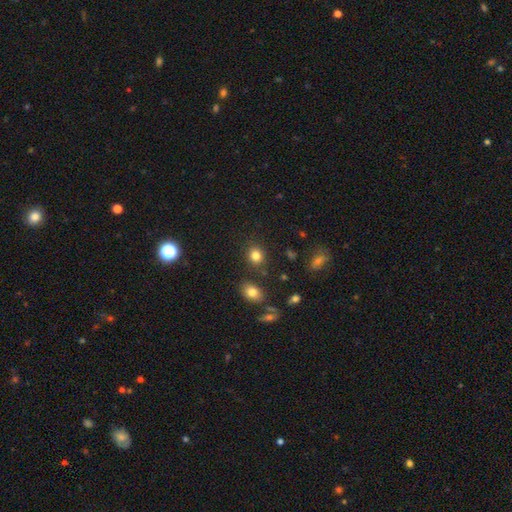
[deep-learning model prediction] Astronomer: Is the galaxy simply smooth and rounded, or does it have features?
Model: smooth — 82%.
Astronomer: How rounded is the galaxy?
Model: round — 69%.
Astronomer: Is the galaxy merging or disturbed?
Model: none — 83%.